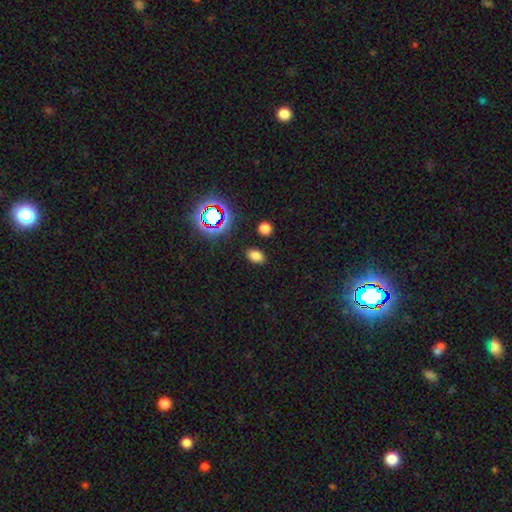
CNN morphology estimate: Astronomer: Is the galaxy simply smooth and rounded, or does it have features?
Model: smooth — 75%.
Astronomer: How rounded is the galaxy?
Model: in between — 82%.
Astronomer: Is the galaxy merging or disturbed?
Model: none — 87%.